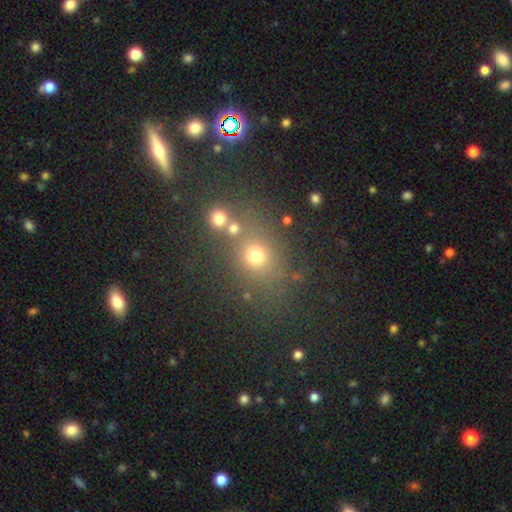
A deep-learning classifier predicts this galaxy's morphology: A smooth galaxy with no disk features (64%) that is round (64%).

Vote fractions:
- Smooth or featured? smooth: 64% / star or artifact: 25% / featured or disk: 11%
- How rounded? round: 64% / in between: 34% / cigar-shaped: 2%
- Merging? none: 68% / merger: 15% / minor disturbance: 12% / major disturbance: 6%